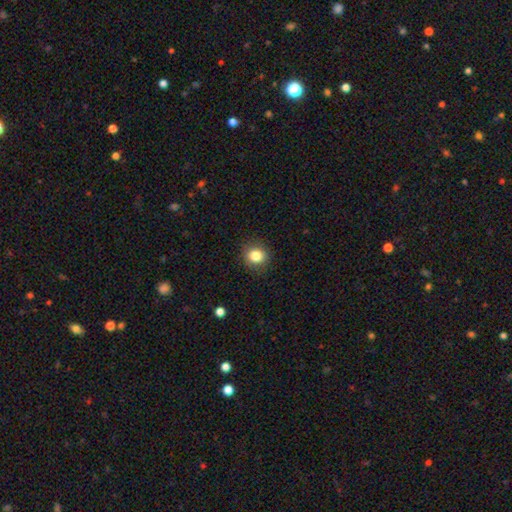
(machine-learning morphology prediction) This is clearly a smooth galaxy (83%). How rounded: clearly round (85%). Merging: clearly none (89%).